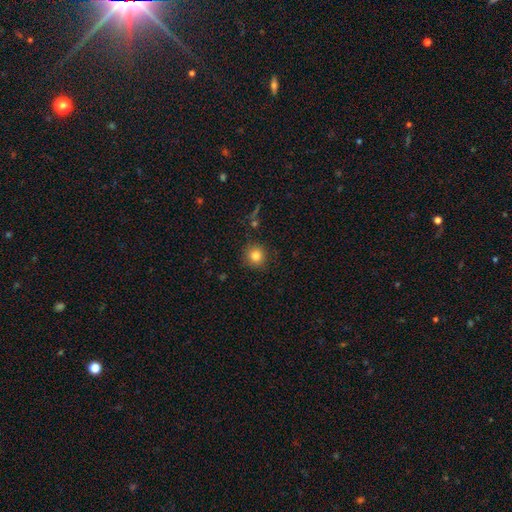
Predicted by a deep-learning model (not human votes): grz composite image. It shows a smooth galaxy with no disk features (82%) that is round (91%). Merging: none (88%).